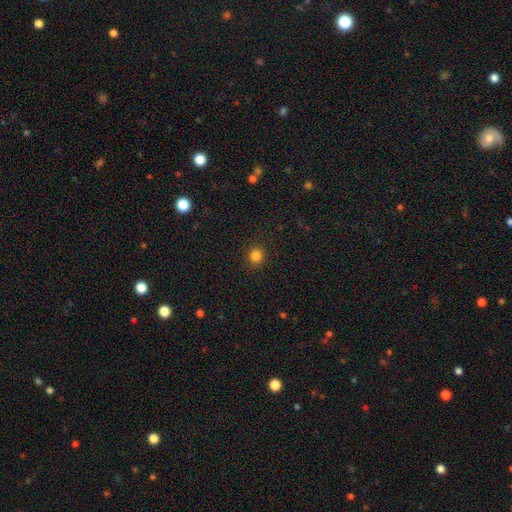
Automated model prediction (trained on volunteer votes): The model was most divided on "smooth or featured": smooth: 83%, star or artifact: 13%, featured or disk: 4%. More confident: merging — none (91%); how rounded — round (91%).